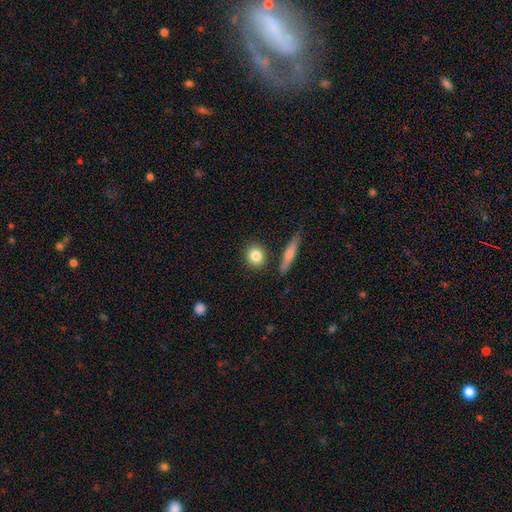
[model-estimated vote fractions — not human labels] Overall: smooth (83%). How rounded: round (74%). Merging: none (83%).